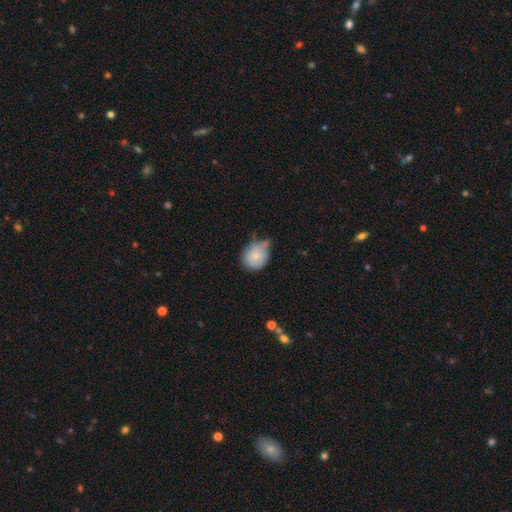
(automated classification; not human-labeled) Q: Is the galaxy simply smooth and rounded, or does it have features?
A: smooth — 80%.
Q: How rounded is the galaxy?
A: round — 74%.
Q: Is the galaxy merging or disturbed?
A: none — 46%.